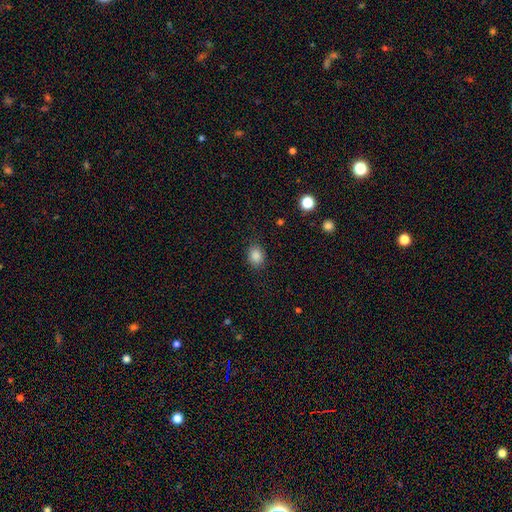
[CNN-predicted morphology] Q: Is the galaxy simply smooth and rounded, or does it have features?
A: smooth — 86%.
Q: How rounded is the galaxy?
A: in between — 55%.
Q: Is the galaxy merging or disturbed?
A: none — 84%.